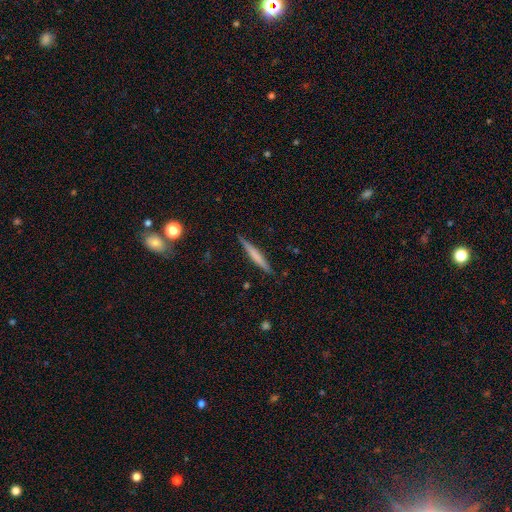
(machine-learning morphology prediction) smooth-or-featured: smooth: 53% | featured or disk: 41% | star or artifact: 6%
  how-rounded: cigar-shaped: 96% | in between: 3% | round: 1%
  merging: none: 88% | minor disturbance: 9% | major disturbance: 2% | merger: 1%